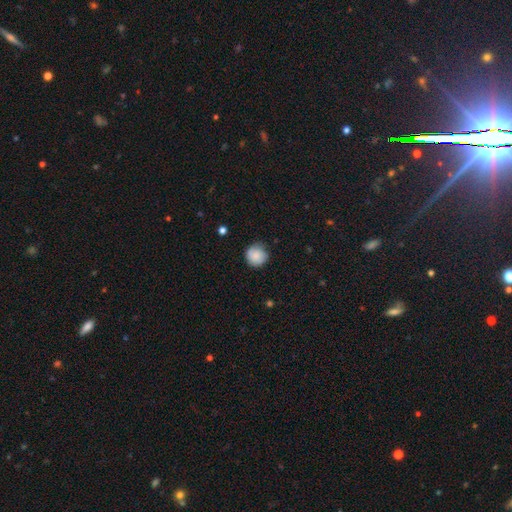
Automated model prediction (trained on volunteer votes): smooth 80%, featured or disk 12%, star or artifact 8%. Down the decision tree: how rounded — round (92%); merging — none (74%).